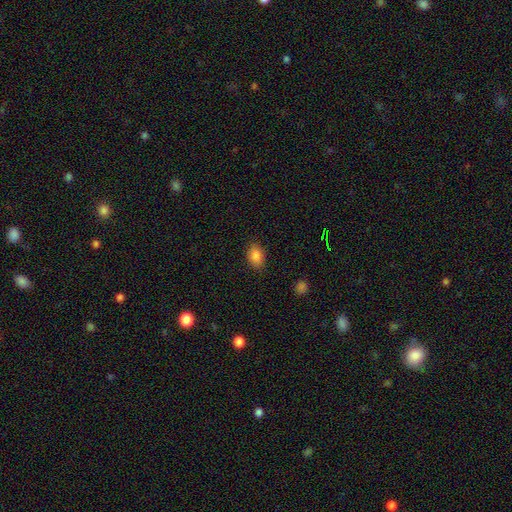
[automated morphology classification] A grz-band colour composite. It shows a smooth galaxy with no disk features (86%) that is in between round and cigar-shaped (84%). Merging: none (86%).